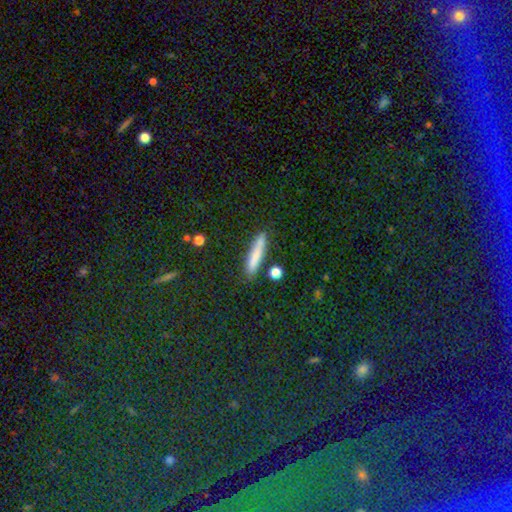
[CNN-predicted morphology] The model was most divided on "smooth or featured": smooth: 76%, featured or disk: 15%, star or artifact: 9%. More confident: how rounded — cigar-shaped (88%); merging — none (84%).